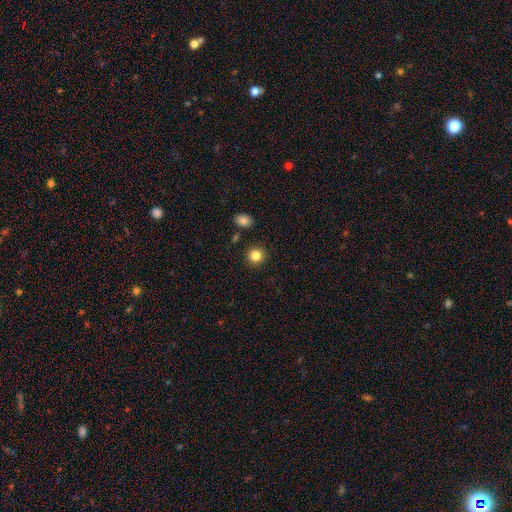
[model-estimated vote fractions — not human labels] This is clearly a smooth galaxy (85%). How rounded: clearly round (91%). Merging: clearly none (90%).